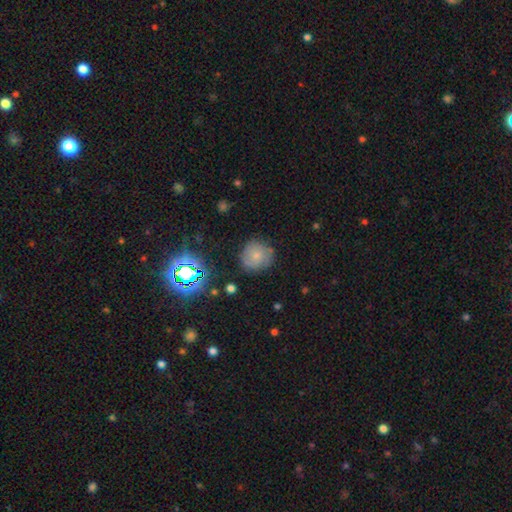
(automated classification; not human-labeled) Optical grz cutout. It shows a smooth galaxy with no disk features (60%) that is round (90%). Merging: none (77%).